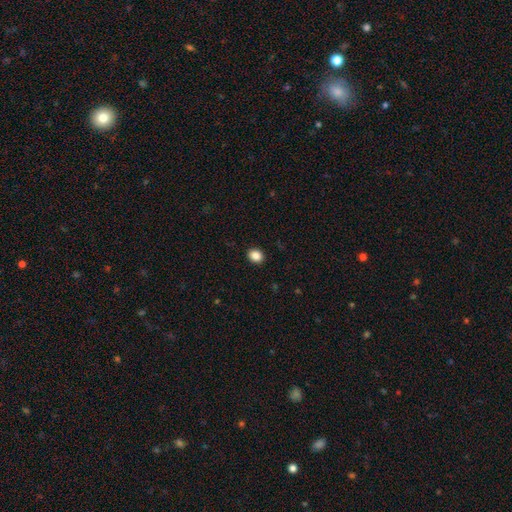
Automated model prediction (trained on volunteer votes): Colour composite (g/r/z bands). It shows a smooth galaxy with no disk features (87%) that is round (53%). Merging: none (91%).